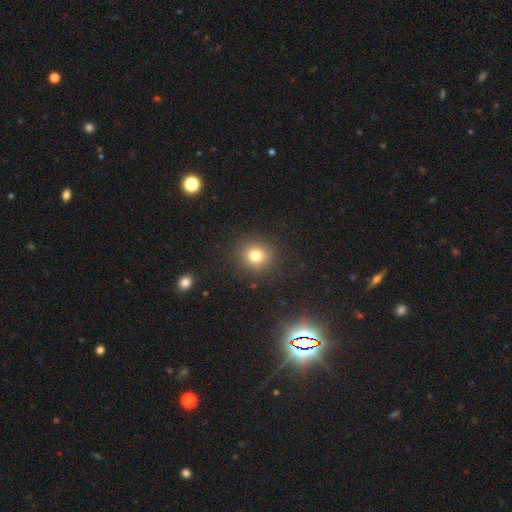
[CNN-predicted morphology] Q: Smooth or featured?
A: smooth (79%); runner-up: star or artifact (14%)
Q: How rounded?
A: round (89%); runner-up: in between (10%)
Q: Merging?
A: none (89%); runner-up: minor disturbance (7%)